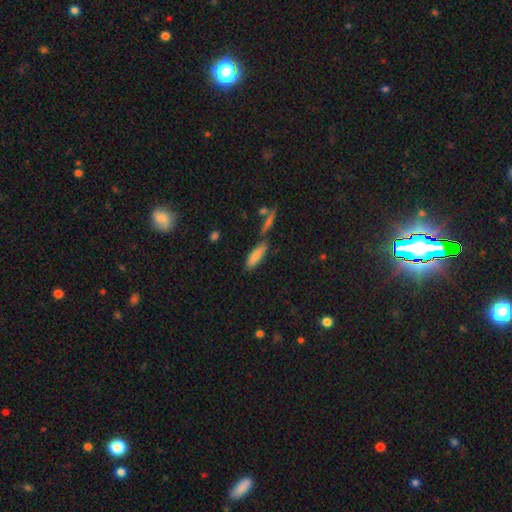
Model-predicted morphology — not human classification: Q: Smooth or featured?
A: smooth (80%); runner-up: featured or disk (13%)
Q: How rounded?
A: in between (50%); runner-up: cigar-shaped (48%)
Q: Merging?
A: none (69%); runner-up: minor disturbance (15%)